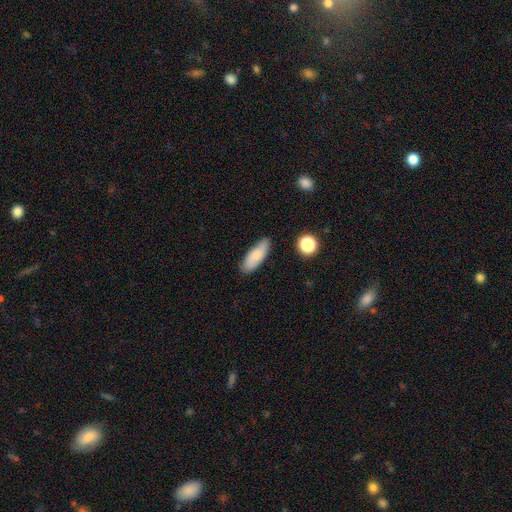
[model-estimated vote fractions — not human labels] This appears to be a smooth galaxy with no disk features (81%) that is in between round and cigar-shaped (67%). Merging: none (79%).